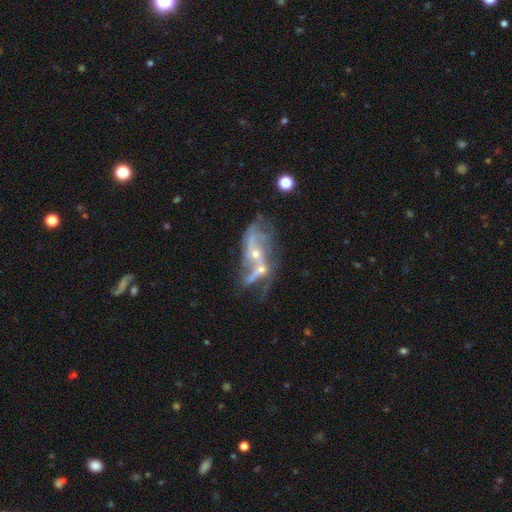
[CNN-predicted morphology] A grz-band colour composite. It shows a featured or disk galaxy (77%) with no bar (61%), 2 (56%) loose (72%) spiral arms (74%) and a small central bulge (58%). Merging: merger (48%).